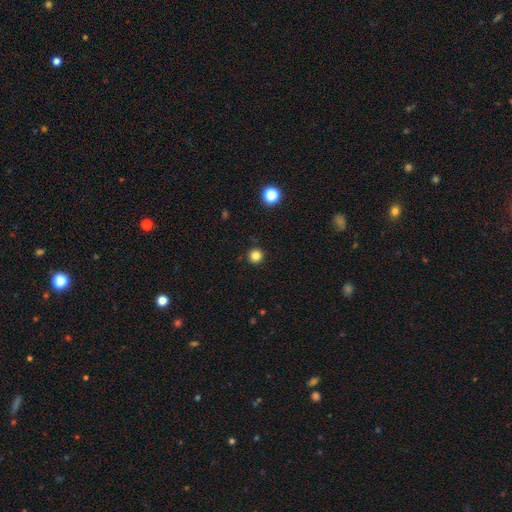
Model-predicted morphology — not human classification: The model was most divided on "smooth or featured": smooth: 83%, star or artifact: 13%, featured or disk: 4%. More confident: how rounded — round (96%); merging — none (92%).